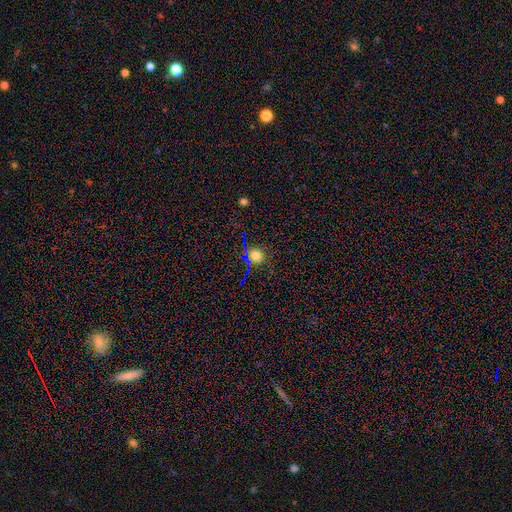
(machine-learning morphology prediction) This appears to be a smooth galaxy with no disk features (58%) that is round (87%). Merging: none (78%).